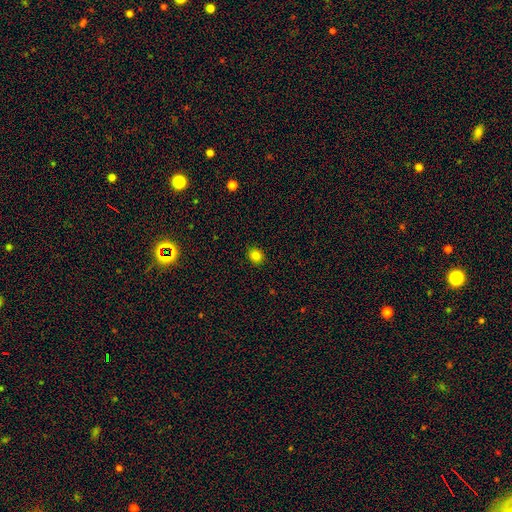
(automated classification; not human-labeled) Smooth or featured?
  - smooth: 83% *
  - star or artifact: 13%
  - featured or disk: 5%
How rounded?
  - round: 75% *
  - in between: 24%
  - cigar-shaped: 1%
Merging?
  - none: 91% *
  - minor disturbance: 6%
  - major disturbance: 2%
  - merger: 1%